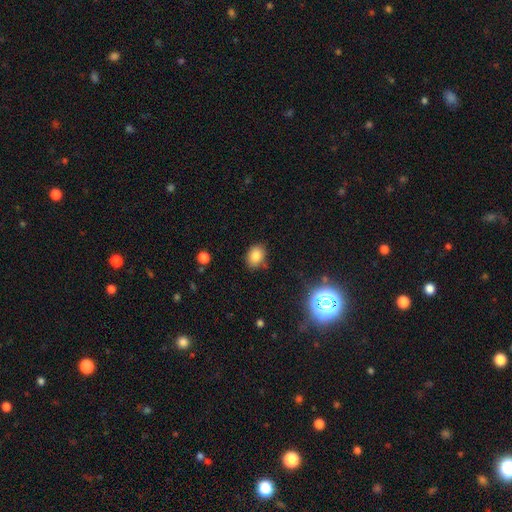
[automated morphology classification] Q: Smooth or featured?
A: smooth (81%); runner-up: star or artifact (11%)
Q: How rounded?
A: in between (69%); runner-up: round (30%)
Q: Merging?
A: none (80%); runner-up: minor disturbance (14%)